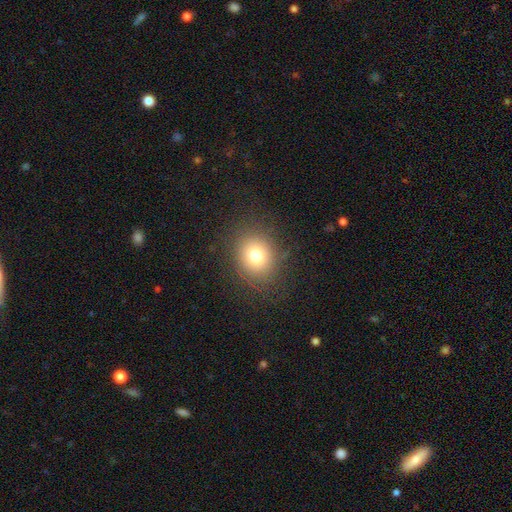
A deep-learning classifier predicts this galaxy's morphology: smooth 75%, star or artifact 15%, featured or disk 11%. Down the decision tree: how rounded — round (69%); merging — none (85%).